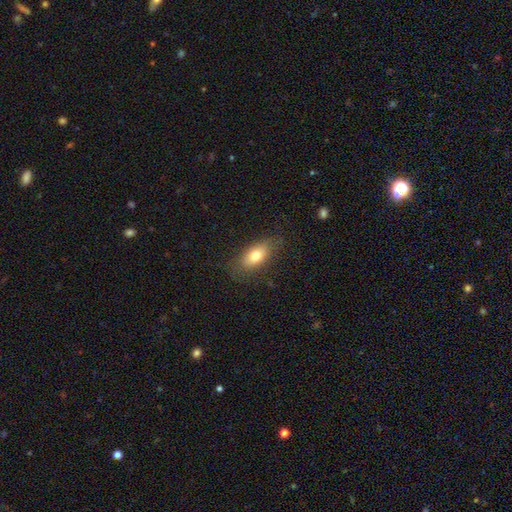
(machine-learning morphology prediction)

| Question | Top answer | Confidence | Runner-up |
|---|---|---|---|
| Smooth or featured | smooth | 75% | featured or disk (17%) |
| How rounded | in between | 85% | cigar-shaped (8%) |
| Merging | none | 81% | minor disturbance (14%) |